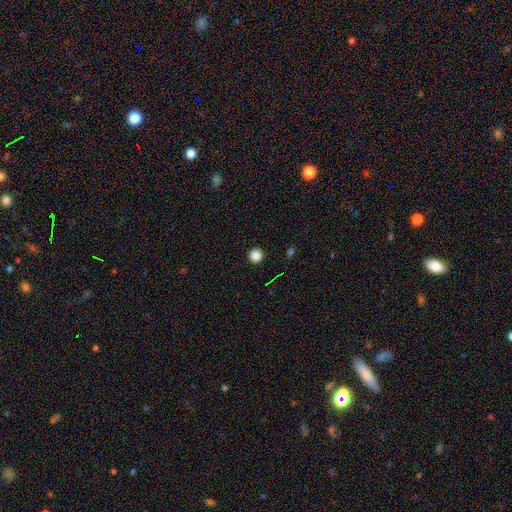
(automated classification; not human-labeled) A smooth galaxy with no disk features (86%) that is round (96%). Merging: none (93%).